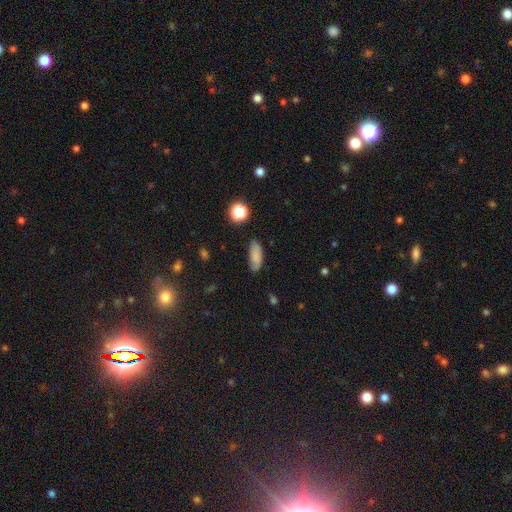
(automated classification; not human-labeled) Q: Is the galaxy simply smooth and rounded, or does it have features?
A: smooth — 76%.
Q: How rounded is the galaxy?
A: in between — 81%.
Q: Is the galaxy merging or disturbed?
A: none — 71%.